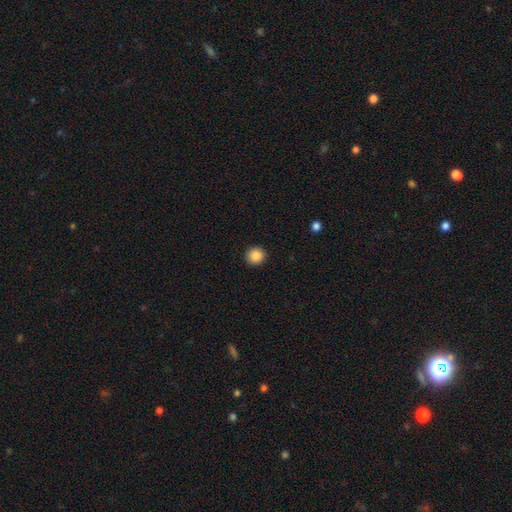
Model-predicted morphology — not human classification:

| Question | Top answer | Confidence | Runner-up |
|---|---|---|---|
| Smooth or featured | smooth | 87% | star or artifact (9%) |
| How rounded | round | 92% | in between (7%) |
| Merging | none | 93% | minor disturbance (5%) |